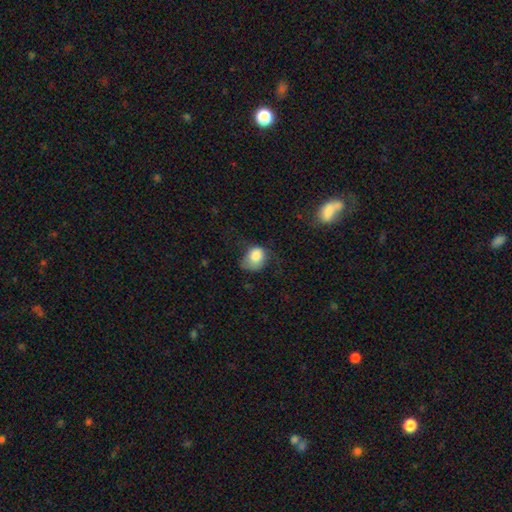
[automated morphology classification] type=smooth (81%); roundness=round (51%); merging=none (36%, tied with minor disturbance).